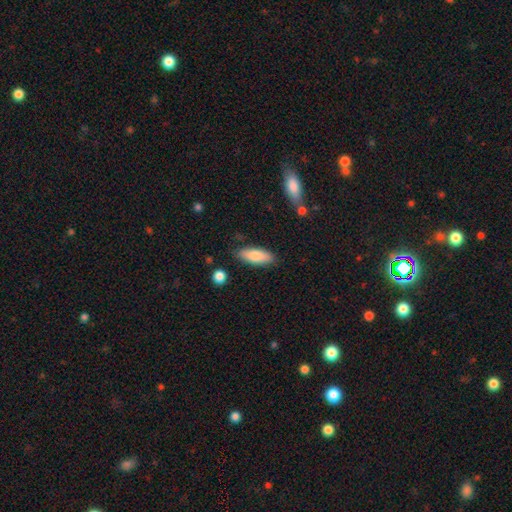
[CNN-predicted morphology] A smooth galaxy with no disk features (81%) that is in between round and cigar-shaped (68%).

Vote fractions:
- Smooth or featured? smooth: 81% / featured or disk: 13% / star or artifact: 6%
- How rounded? in between: 68% / cigar-shaped: 30% / round: 2%
- Merging? none: 84% / minor disturbance: 12% / merger: 2% / major disturbance: 2%